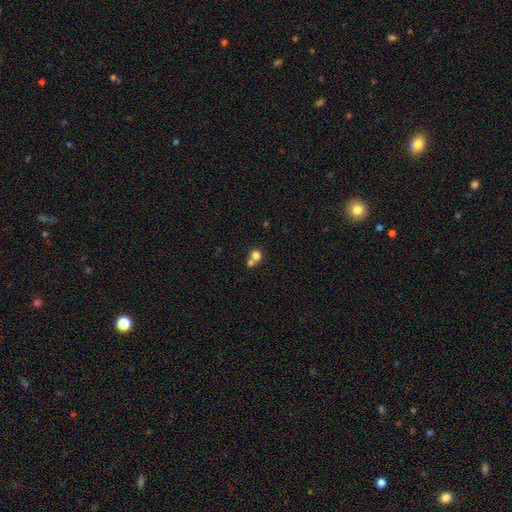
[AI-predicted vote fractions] Smooth or featured? Predicted: smooth (p=0.76). How rounded? Predicted: round (p=0.77). Merging? Predicted: merger (p=0.53).